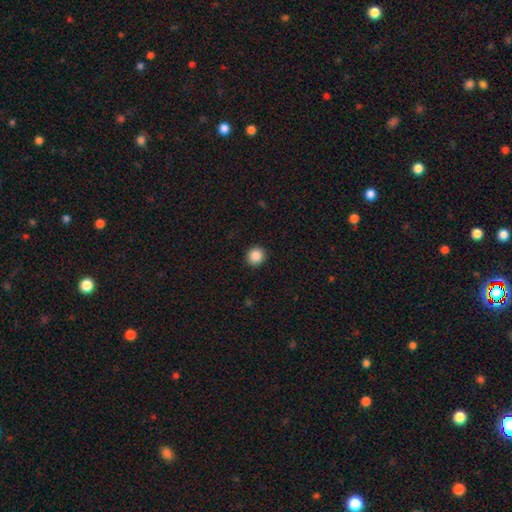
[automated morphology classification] A smooth galaxy with no disk features (87%) that is round (89%). Merging: none (92%).